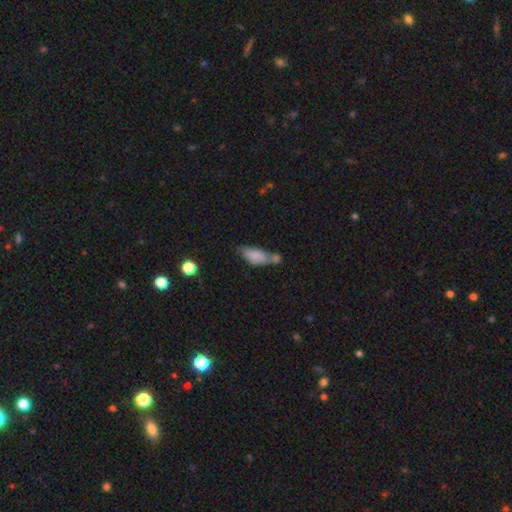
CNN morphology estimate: A smooth galaxy with no disk features (76%) that is in between round and cigar-shaped (75%).

Vote fractions:
- Smooth or featured? smooth: 76% / featured or disk: 16% / star or artifact: 8%
- How rounded? in between: 75% / cigar-shaped: 22% / round: 3%
- Merging? merger: 38% / none: 29% / minor disturbance: 22% / major disturbance: 10%